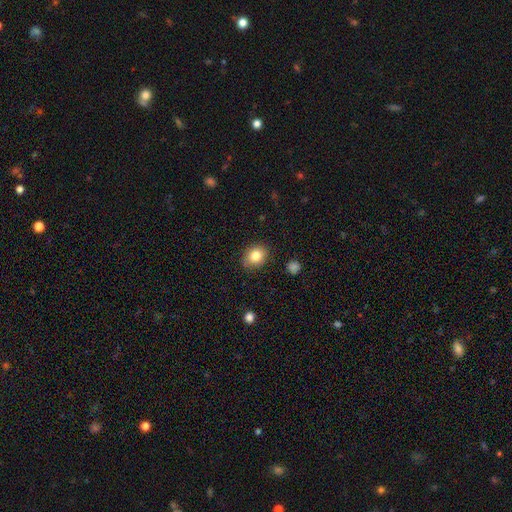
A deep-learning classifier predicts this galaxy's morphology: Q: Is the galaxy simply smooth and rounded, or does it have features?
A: smooth — 83%.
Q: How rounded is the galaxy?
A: round — 52%.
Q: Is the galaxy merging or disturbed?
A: none — 85%.